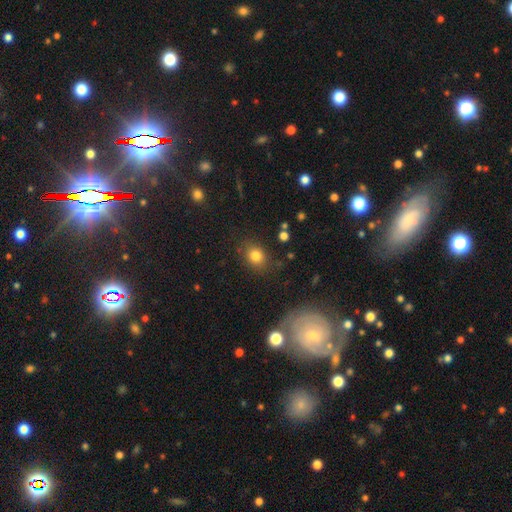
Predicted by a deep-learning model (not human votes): Morphology: type=smooth (81%); roundness=round (55%); merging=none (81%).